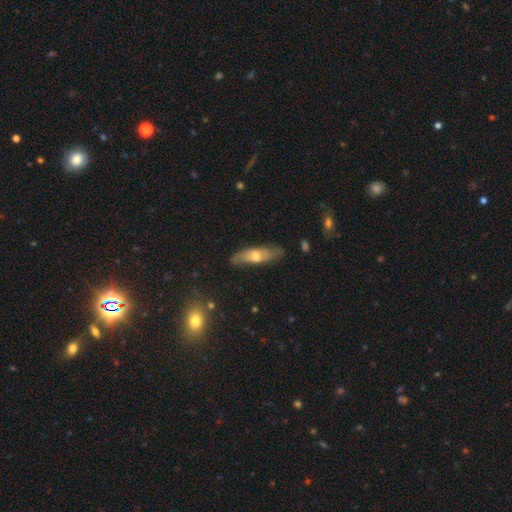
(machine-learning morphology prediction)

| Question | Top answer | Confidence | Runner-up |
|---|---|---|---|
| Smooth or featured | smooth | 47% | tied: featured or disk (47%) |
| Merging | none | 76% | minor disturbance (18%) |